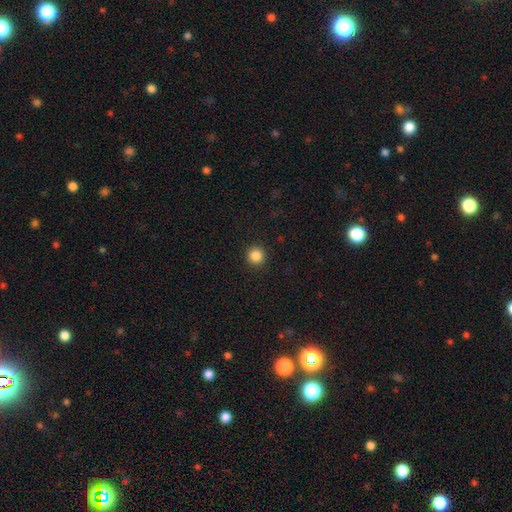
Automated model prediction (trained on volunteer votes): smooth 86%, star or artifact 11%, featured or disk 3%. Down the decision tree: how rounded — round (95%); merging — none (93%).